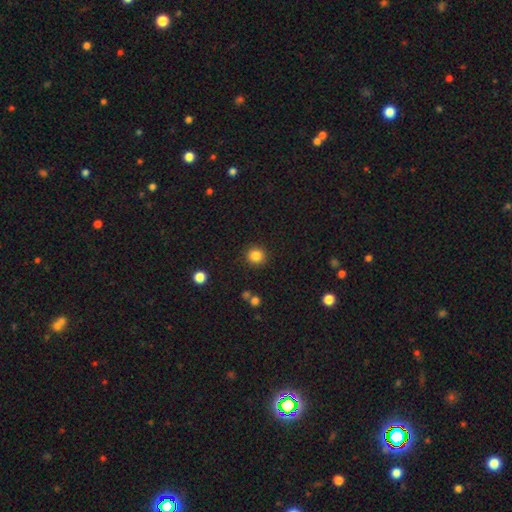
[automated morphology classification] This appears to be a smooth galaxy with no disk features (85%) that is round (92%). Merging: none (90%).